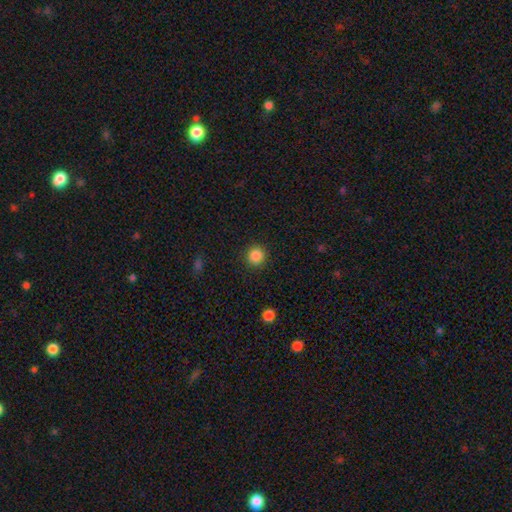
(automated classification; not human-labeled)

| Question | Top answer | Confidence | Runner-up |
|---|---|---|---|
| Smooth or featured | smooth | 86% | star or artifact (11%) |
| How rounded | round | 94% | in between (5%) |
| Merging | none | 91% | minor disturbance (5%) |